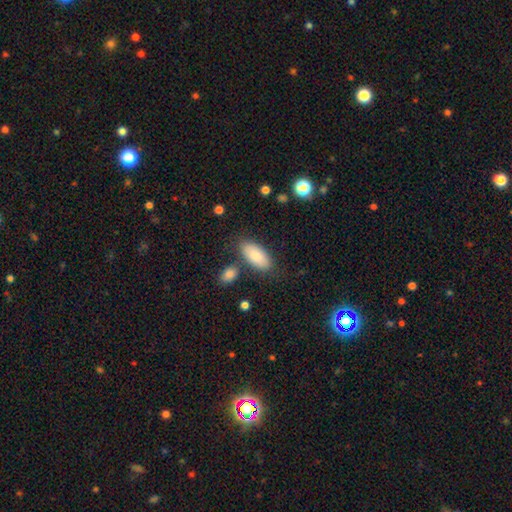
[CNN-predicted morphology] type=smooth (84%); roundness=in between (90%); merging=none (76%).